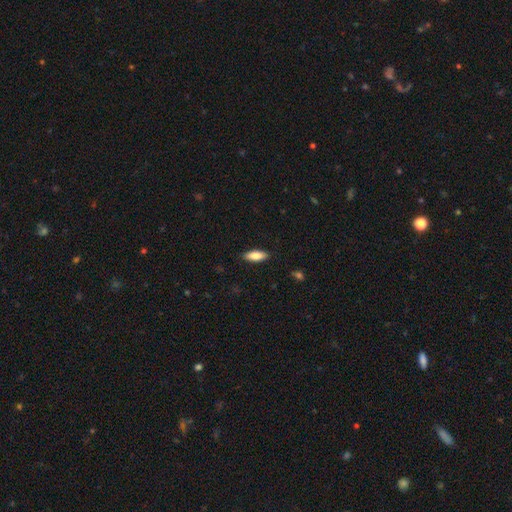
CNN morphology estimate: Smooth or featured? smooth (83%)
How rounded? in between (71%)
Merging? none (88%)